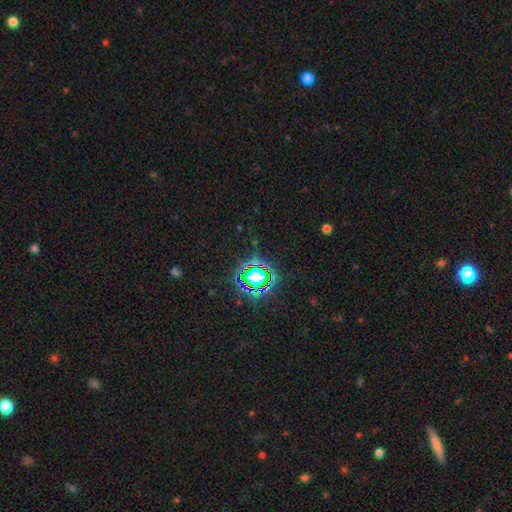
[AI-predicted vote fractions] This is clearly a star or artifact rather than a galaxy (82%).